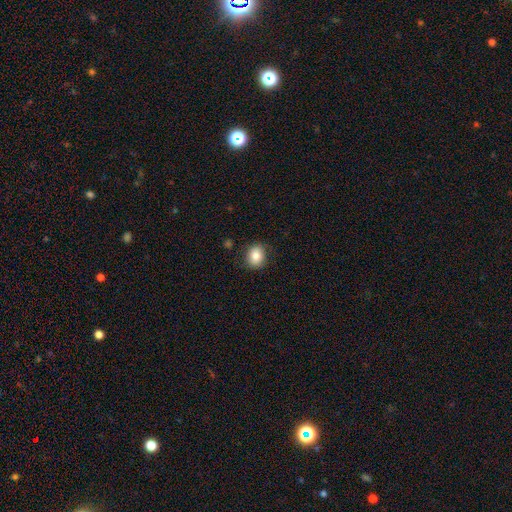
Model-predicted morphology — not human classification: Smooth or featured? Predicted: smooth (p=0.82). How rounded? Predicted: round (p=0.65). Merging? Predicted: none (p=0.83).